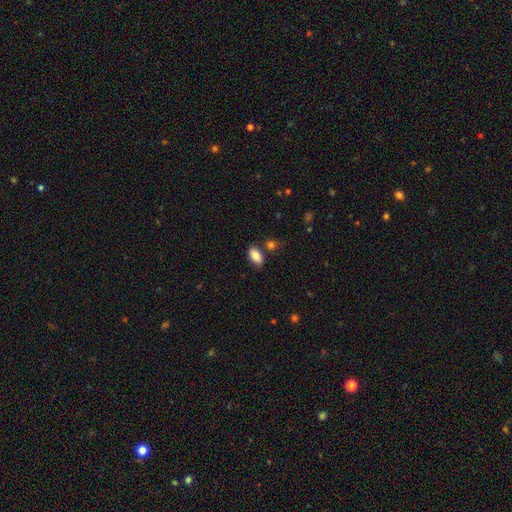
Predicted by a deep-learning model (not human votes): Smooth or featured?
  - smooth: 86% *
  - star or artifact: 7%
  - featured or disk: 7%
How rounded?
  - in between: 93% *
  - round: 5%
  - cigar-shaped: 2%
Merging?
  - none: 78% *
  - minor disturbance: 12%
  - merger: 7%
  - major disturbance: 3%